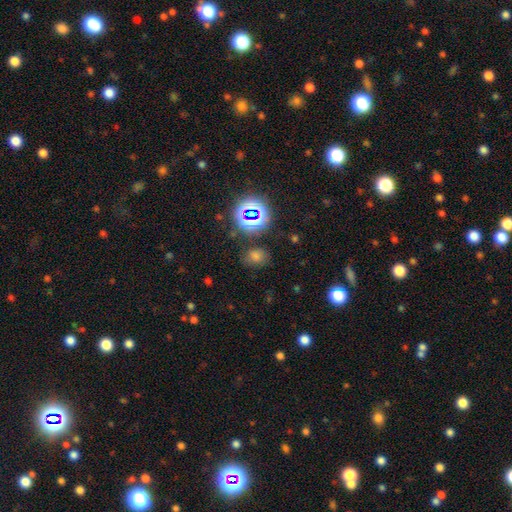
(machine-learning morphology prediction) Smooth or featured? smooth (58%)
How rounded? round (55%)
Merging? none (79%)